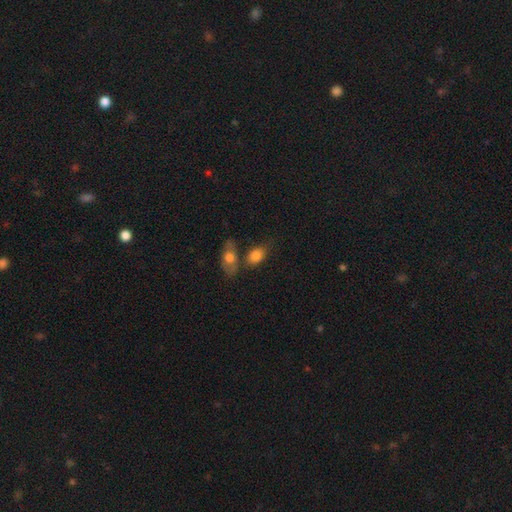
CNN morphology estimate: Smooth or featured? Predicted: smooth (p=0.80). How rounded? Predicted: in between (p=0.81). Merging? Predicted: none (p=0.52).